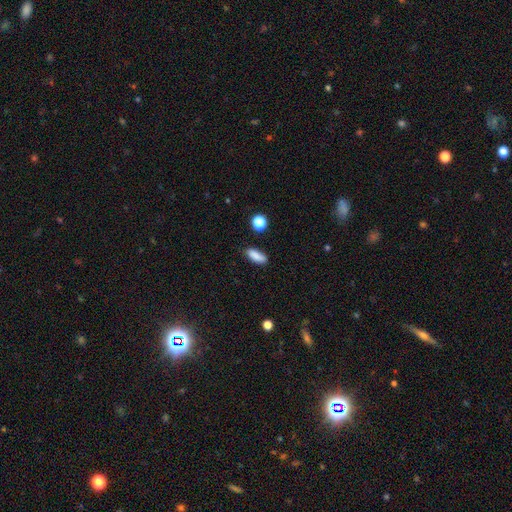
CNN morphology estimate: The model was most divided on "how rounded": in between: 69%, cigar-shaped: 28%, round: 3%. More confident: smooth or featured — smooth (86%); merging — none (80%).